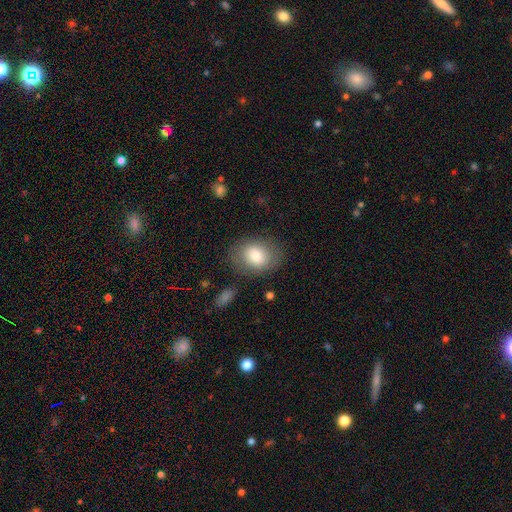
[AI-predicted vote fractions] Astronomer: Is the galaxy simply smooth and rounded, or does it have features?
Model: smooth — 80%.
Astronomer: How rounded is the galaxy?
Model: in between — 62% (runner-up: round, 37%).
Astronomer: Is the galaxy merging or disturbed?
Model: none — 79%.